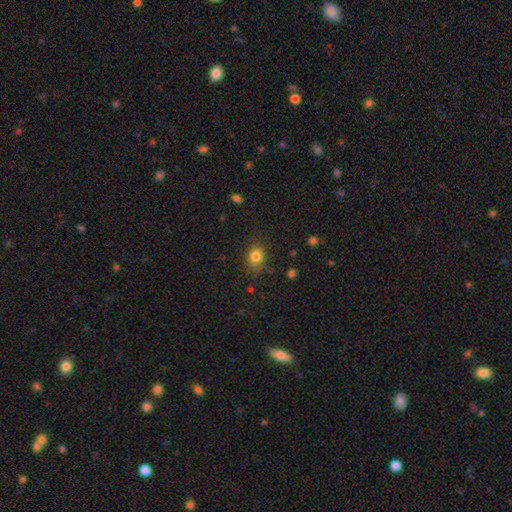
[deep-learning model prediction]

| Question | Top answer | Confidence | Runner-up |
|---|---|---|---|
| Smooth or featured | smooth | 82% | star or artifact (12%) |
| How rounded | round | 63% | in between (36%) |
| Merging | none | 78% | minor disturbance (15%) |